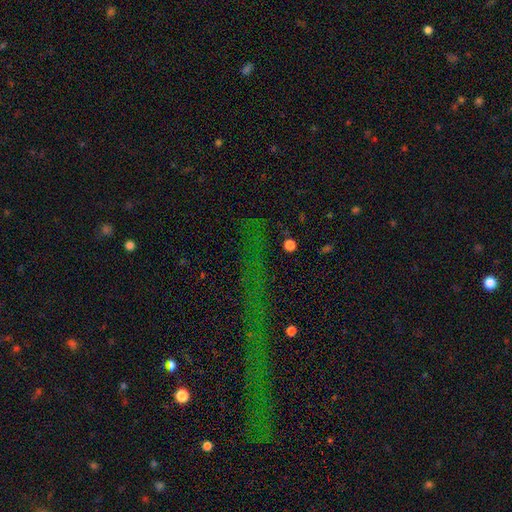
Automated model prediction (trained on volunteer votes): Smooth or featured? star or artifact (79%)